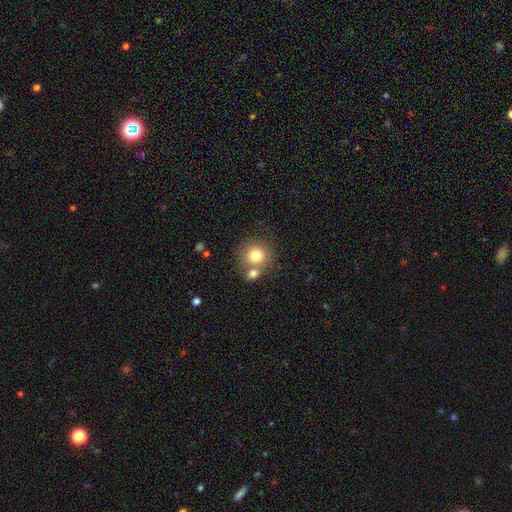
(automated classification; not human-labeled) Smooth or featured?
  - smooth: 77% *
  - featured or disk: 12%
  - star or artifact: 11%
How rounded?
  - round: 89% *
  - in between: 10%
  - cigar-shaped: 1%
Merging?
  - none: 59% *
  - merger: 29%
  - minor disturbance: 9%
  - major disturbance: 3%